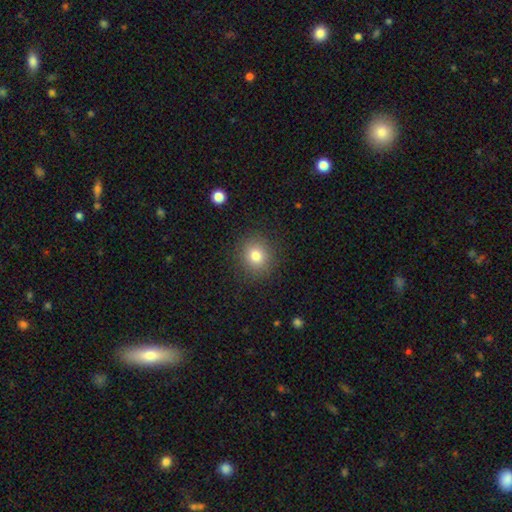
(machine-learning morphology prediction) Smooth or featured?
  - smooth: 80% *
  - star or artifact: 12%
  - featured or disk: 8%
How rounded?
  - round: 83% *
  - in between: 16%
  - cigar-shaped: 1%
Merging?
  - none: 88% *
  - minor disturbance: 8%
  - major disturbance: 3%
  - merger: 1%